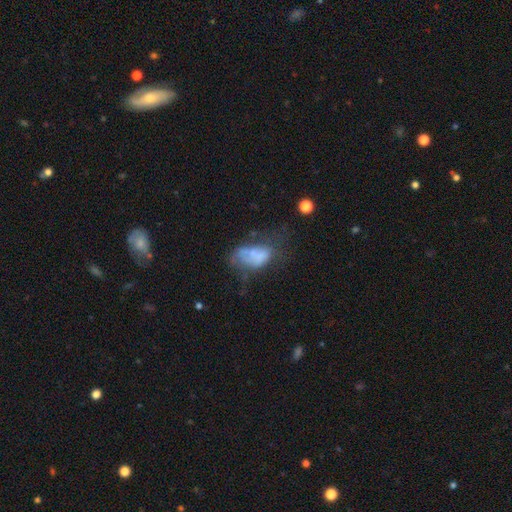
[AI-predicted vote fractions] smooth_or_featured: smooth (p=0.48) [alt: featured or disk p=0.40]
merging: major disturbance (p=0.39) [alt: none p=0.23]